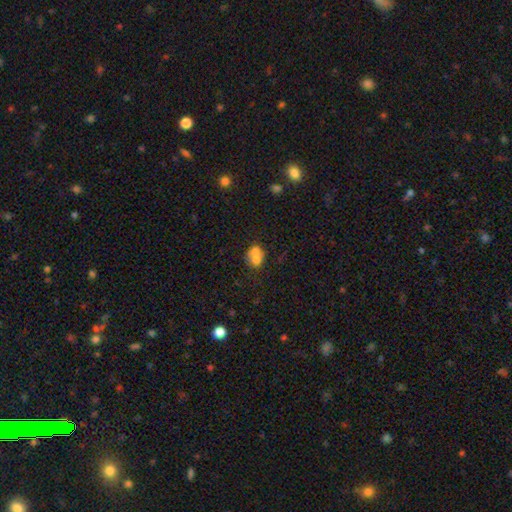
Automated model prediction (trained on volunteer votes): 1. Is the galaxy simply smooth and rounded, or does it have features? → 65% smooth, 23% featured or disk, 12% star or artifact.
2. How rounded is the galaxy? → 57% round, 41% in between, 1% cigar-shaped.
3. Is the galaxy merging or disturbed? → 60% merger, 27% none, 9% minor disturbance, 4% major disturbance.